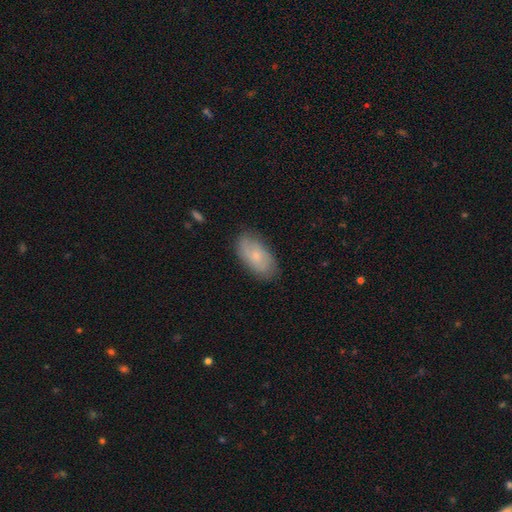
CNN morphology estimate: smooth_or_featured: smooth (p=0.58) [alt: featured or disk p=0.35]
how_rounded: in between (p=0.93) [alt: cigar-shaped p=0.04]
merging: none (p=0.80) [alt: minor disturbance p=0.16]